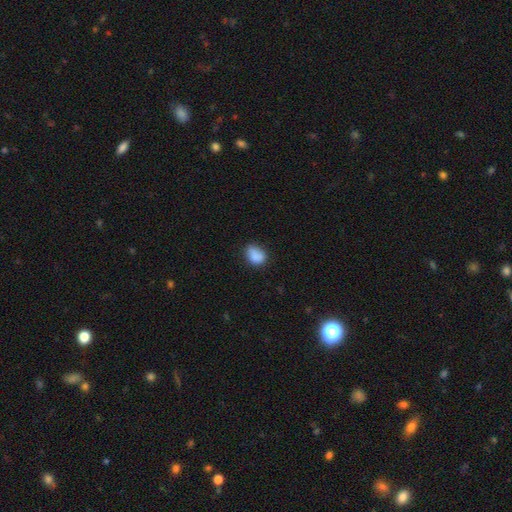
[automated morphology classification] This appears to be a smooth galaxy with no disk features (84%) that is in between round and cigar-shaped (67%). Merging: none (61%).